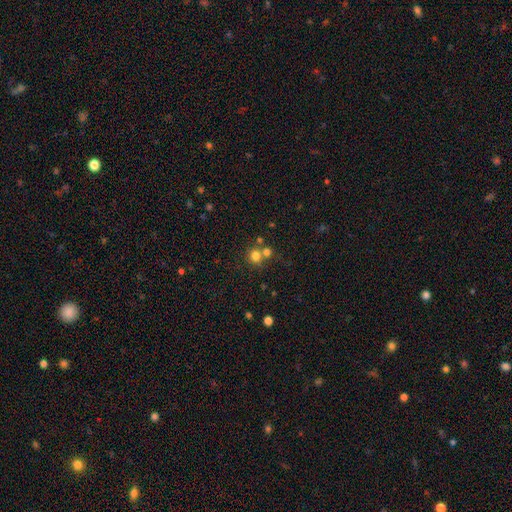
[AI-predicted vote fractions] Smooth or featured? smooth (76%)
How rounded? round (86%)
Merging? none (54%)